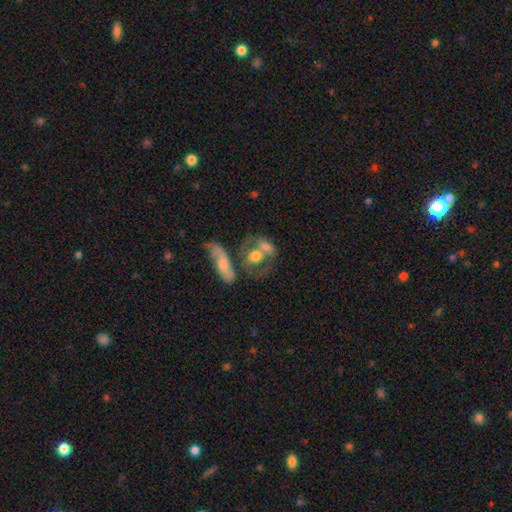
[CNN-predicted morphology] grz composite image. It shows a smooth galaxy with no disk features (51%) that is in between round and cigar-shaped (53%). Merging: merger (45%).